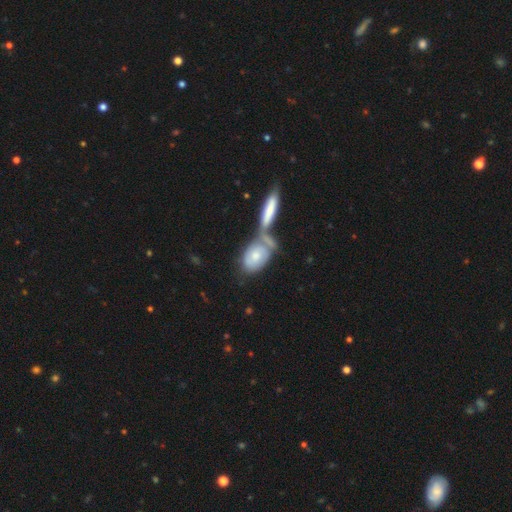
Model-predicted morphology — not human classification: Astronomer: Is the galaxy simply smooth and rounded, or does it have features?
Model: smooth — 61%.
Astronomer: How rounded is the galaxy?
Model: in between — 84%.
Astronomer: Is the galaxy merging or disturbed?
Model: merger — 54%.